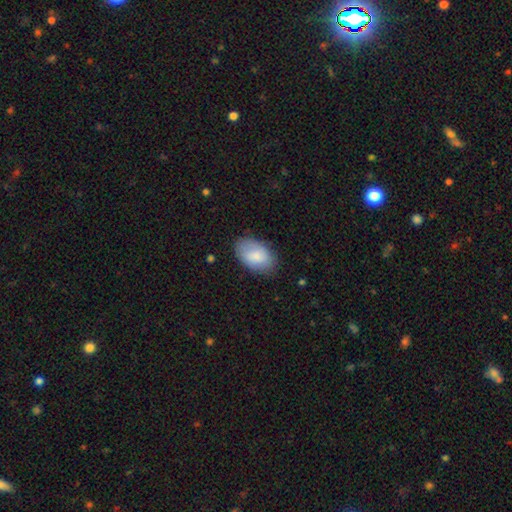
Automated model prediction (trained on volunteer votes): The model was most divided on "merging": none: 78%, minor disturbance: 17%, major disturbance: 4%, merger: 1%. More confident: how rounded — in between (92%); smooth or featured — smooth (81%).